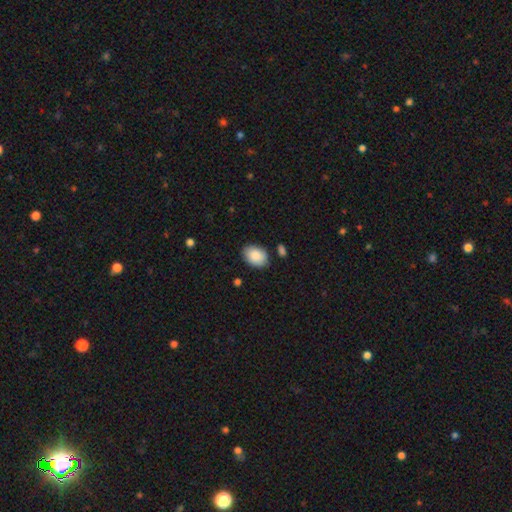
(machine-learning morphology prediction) smooth_or_featured: smooth (p=0.88) [alt: star or artifact p=0.07]
how_rounded: in between (p=0.80) [alt: round p=0.19]
merging: none (p=0.83) [alt: minor disturbance p=0.12]